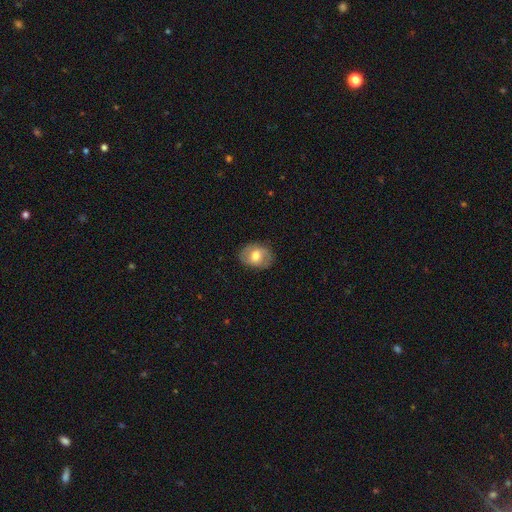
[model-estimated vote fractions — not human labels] This is possibly a smooth galaxy (53%). How rounded: likely in between (60%). Merging: clearly none (81%).